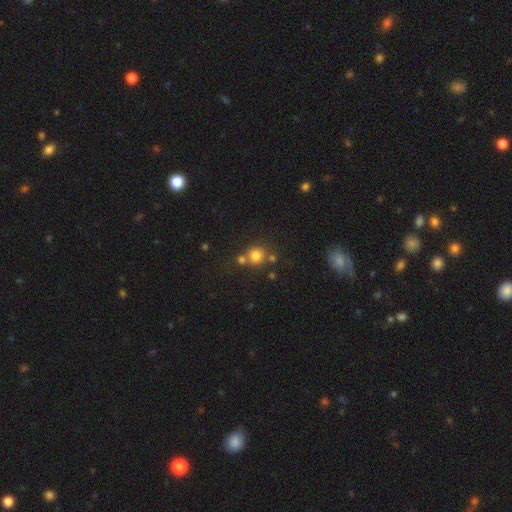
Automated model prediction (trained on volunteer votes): A smooth galaxy with no disk features (77%) that is round (89%).

Vote fractions:
- Smooth or featured? smooth: 77% / star or artifact: 15% / featured or disk: 8%
- How rounded? round: 89% / in between: 10% / cigar-shaped: 1%
- Merging? none: 60% / merger: 28% / minor disturbance: 9% / major disturbance: 3%